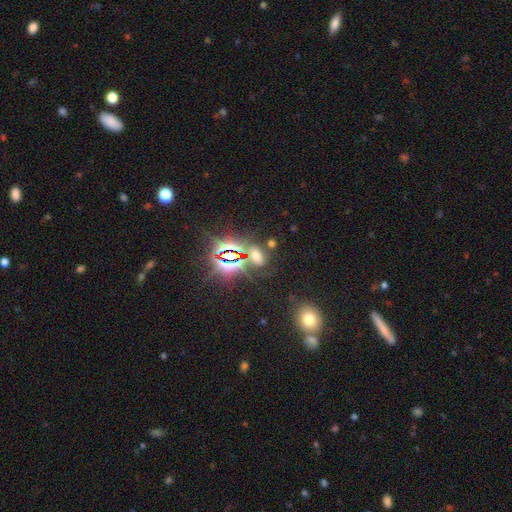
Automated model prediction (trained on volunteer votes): Smooth or featured: star or artifact — 53% (smooth — 34%)